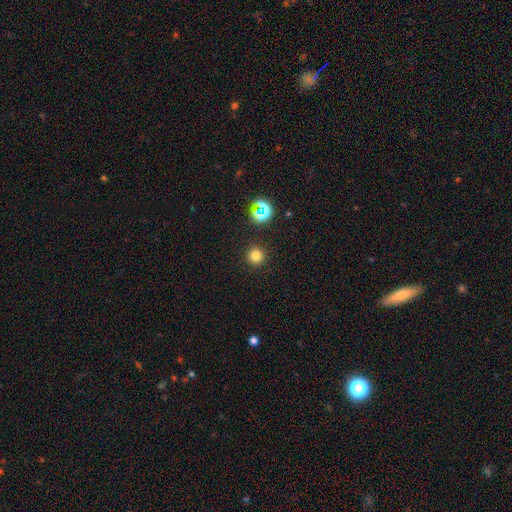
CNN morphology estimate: Smooth or featured: smooth — 76% (star or artifact — 18%)
How rounded: round — 96% (in between — 3%)
Merging: none — 92% (minor disturbance — 5%)